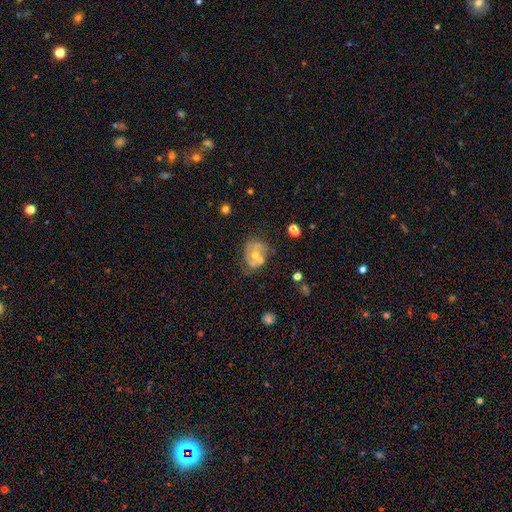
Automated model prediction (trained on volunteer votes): Overall: featured or disk (59%; smooth 31%). Edge-on disk: no (97%). Bar: no (75%). Spiral arms: no (52%; yes 48%). Bulge size: moderate (58%; small 32%). Merging: none (37%; merger 25%).